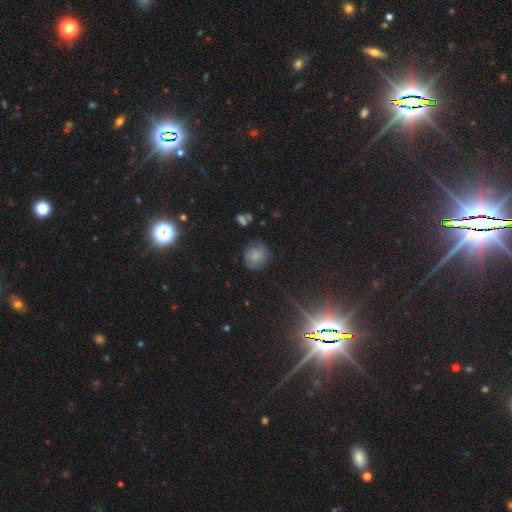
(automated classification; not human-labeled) Q: Smooth or featured?
A: smooth (65%); runner-up: featured or disk (19%)
Q: How rounded?
A: round (77%); runner-up: in between (22%)
Q: Merging?
A: none (70%); runner-up: minor disturbance (21%)